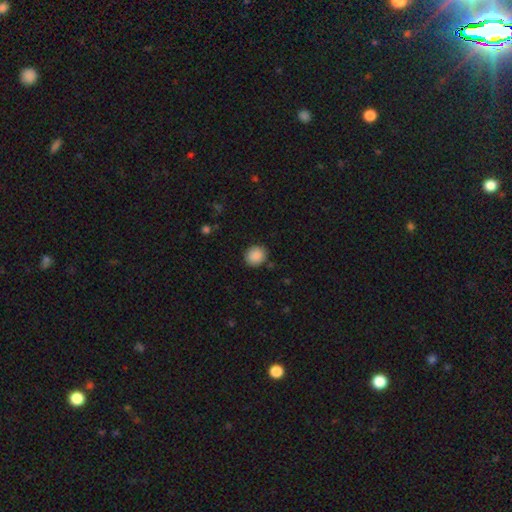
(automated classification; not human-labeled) A smooth galaxy with no disk features (89%) that is round (82%). Merging: none (88%).